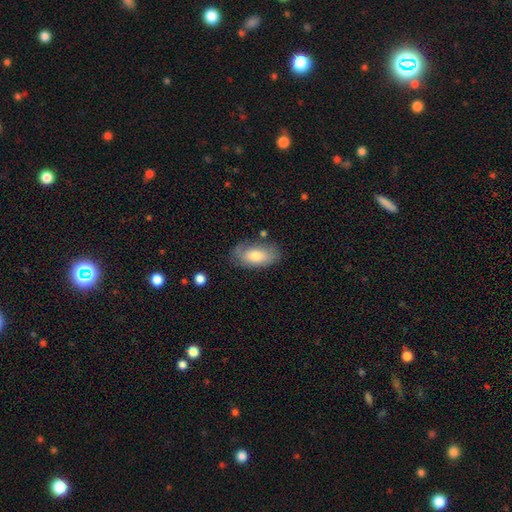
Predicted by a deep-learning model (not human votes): Smooth or featured? Predicted: smooth (p=0.70). How rounded? Predicted: in between (p=0.93). Merging? Predicted: none (p=0.70).